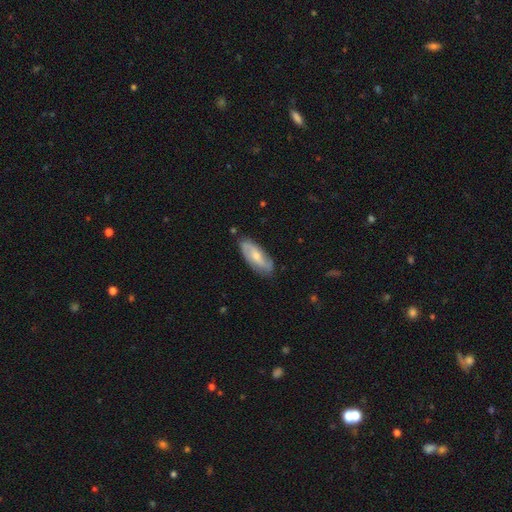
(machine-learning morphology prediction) Smooth or featured?
  - featured or disk: 57% *
  - smooth: 37%
  - star or artifact: 6%
Edge-on disk?
  - no: 87% *
  - yes: 13%
Merging?
  - none: 80% *
  - minor disturbance: 16%
  - major disturbance: 3%
  - merger: 2%